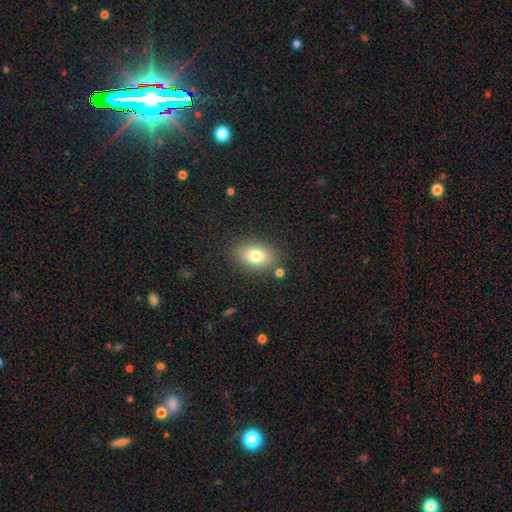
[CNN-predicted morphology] Smooth or featured: smooth — 79% (featured or disk — 12%)
How rounded: in between — 81% (round — 17%)
Merging: none — 82% (minor disturbance — 11%)